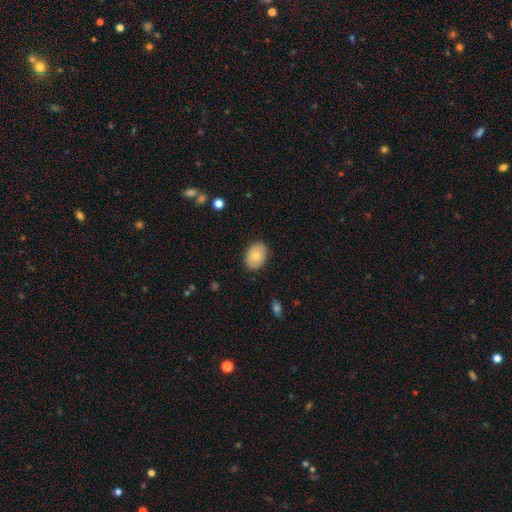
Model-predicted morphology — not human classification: Q: Smooth or featured?
A: smooth (73%); runner-up: featured or disk (21%)
Q: How rounded?
A: in between (72%); runner-up: round (27%)
Q: Merging?
A: none (88%); runner-up: minor disturbance (9%)